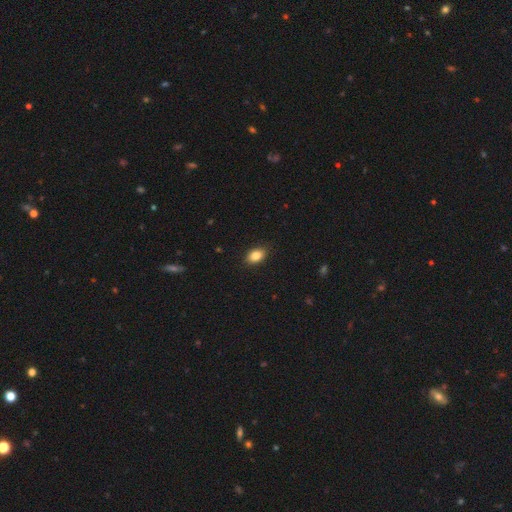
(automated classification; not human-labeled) Morphology: type=smooth (86%); roundness=in between (85%); merging=none (88%).